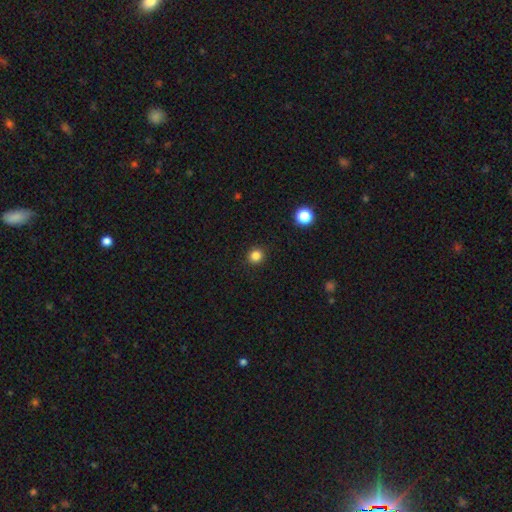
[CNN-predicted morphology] A smooth galaxy with no disk features (84%) that is round (91%).

Vote fractions:
- Smooth or featured? smooth: 84% / star or artifact: 12% / featured or disk: 4%
- How rounded? round: 91% / in between: 8% / cigar-shaped: 1%
- Merging? none: 92% / minor disturbance: 5% / major disturbance: 2% / merger: 1%